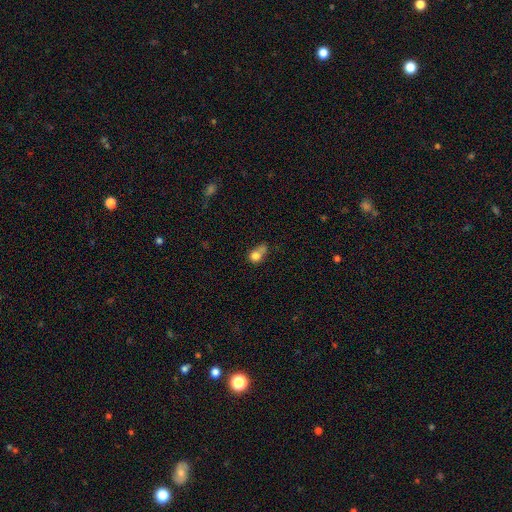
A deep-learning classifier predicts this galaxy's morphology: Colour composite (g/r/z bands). It shows a smooth galaxy with no disk features (76%) that is round (60%). Merging: merger (30%).